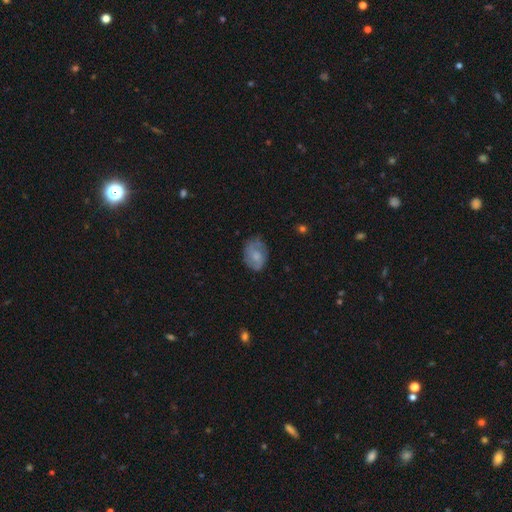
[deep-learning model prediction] Smooth or featured: smooth — 60% (featured or disk — 32%)
How rounded: in between — 80% (round — 19%)
Merging: none — 61% (minor disturbance — 28%)